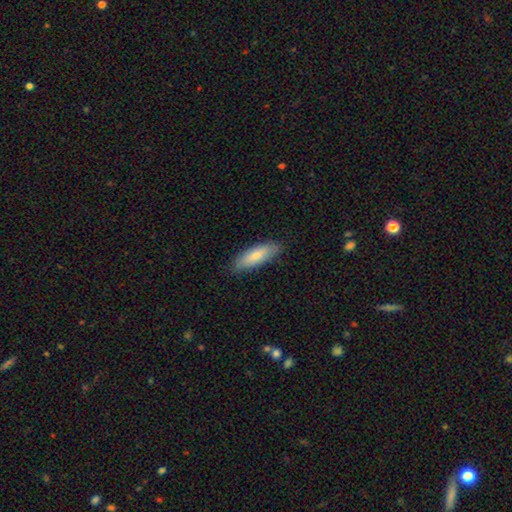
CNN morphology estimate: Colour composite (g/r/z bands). It shows a smooth galaxy with no disk features (76%) that is in between round and cigar-shaped (57%). Merging: none (85%).